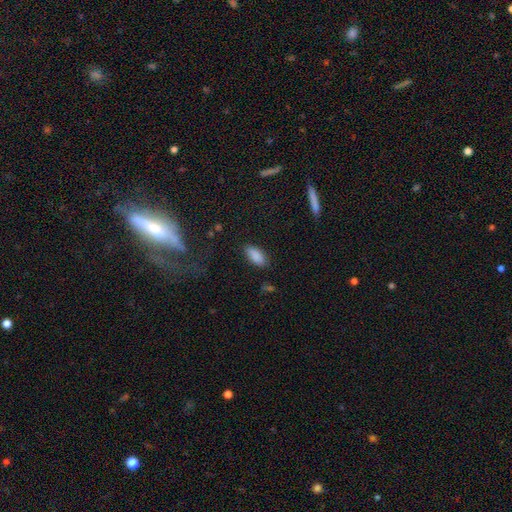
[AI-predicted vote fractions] Smooth or featured? smooth (88%)
How rounded? in between (88%)
Merging? none (85%)